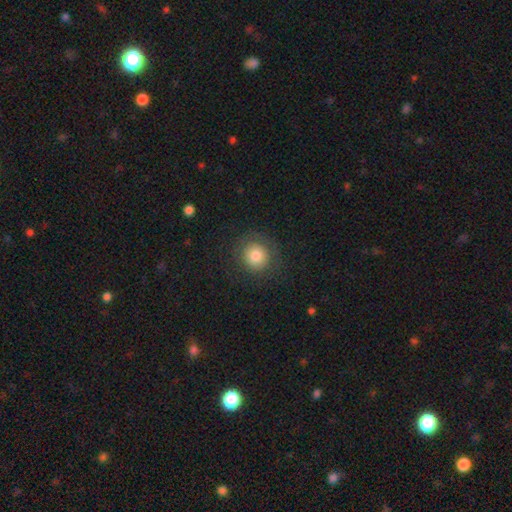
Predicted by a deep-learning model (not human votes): smooth_or_featured: smooth (p=0.78) [alt: featured or disk p=0.11]
how_rounded: round (p=0.91) [alt: in between p=0.08]
merging: none (p=0.83) [alt: minor disturbance p=0.10]